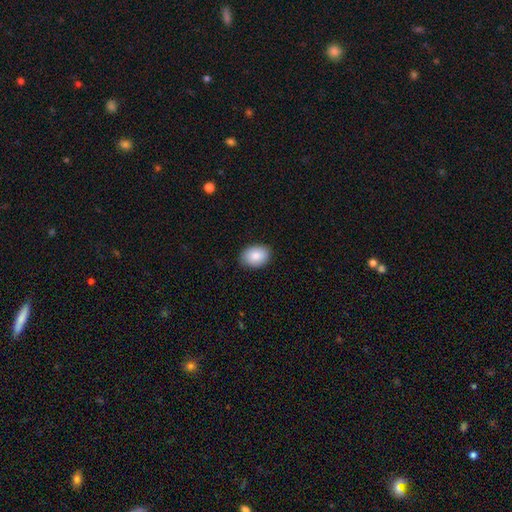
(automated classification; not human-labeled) This is clearly a smooth galaxy (89%). How rounded: likely in between (80%). Merging: clearly none (87%).